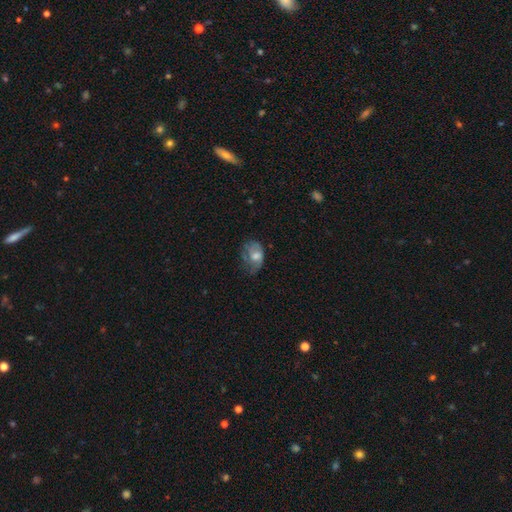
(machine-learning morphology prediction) Q: Smooth or featured?
A: smooth (52%); runner-up: featured or disk (40%)
Q: How rounded?
A: in between (74%); runner-up: round (24%)
Q: Merging?
A: none (36%); runner-up: minor disturbance (32%)